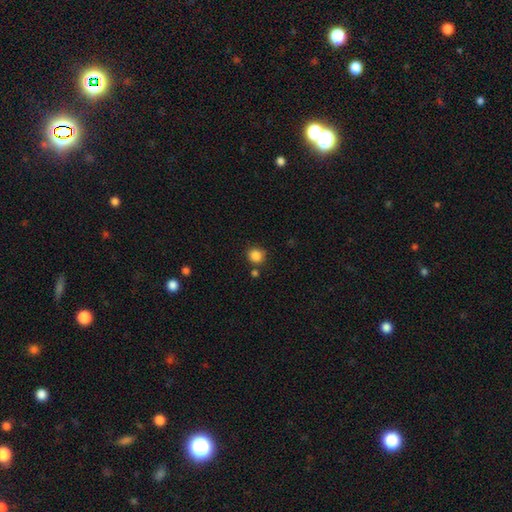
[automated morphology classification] A smooth galaxy with no disk features (86%) that is round (88%).

Vote fractions:
- Smooth or featured? smooth: 86% / star or artifact: 10% / featured or disk: 4%
- How rounded? round: 88% / in between: 11% / cigar-shaped: 1%
- Merging? none: 78% / minor disturbance: 11% / merger: 8% / major disturbance: 3%